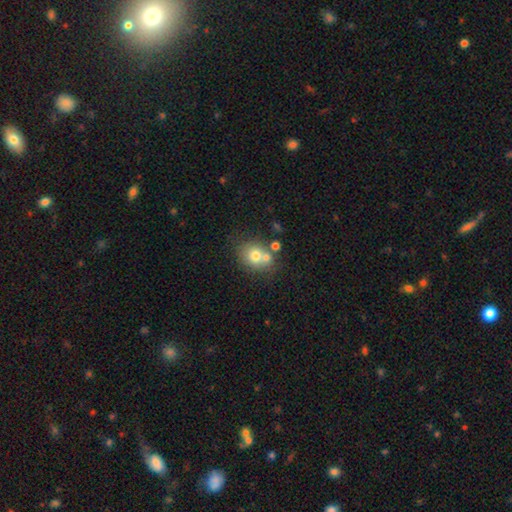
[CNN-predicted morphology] The model was most divided on "merging": none: 52%, merger: 32%, minor disturbance: 11%, major disturbance: 4%. More confident: smooth or featured — smooth (71%); how rounded — round (68%).